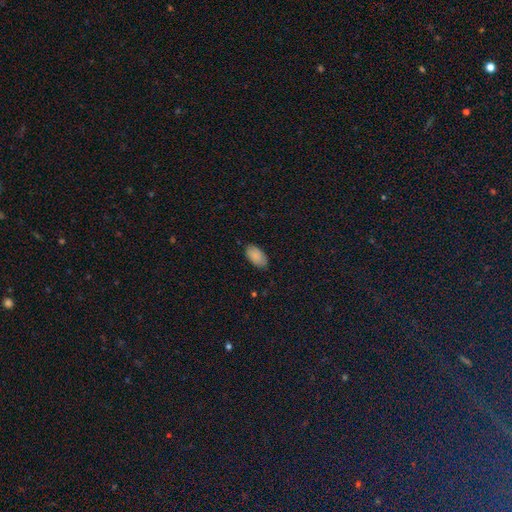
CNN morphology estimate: smooth-or-featured: smooth: 88% | star or artifact: 7% | featured or disk: 5%
  how-rounded: in between: 95% | round: 3% | cigar-shaped: 2%
  merging: none: 83% | minor disturbance: 13% | major disturbance: 3% | merger: 1%